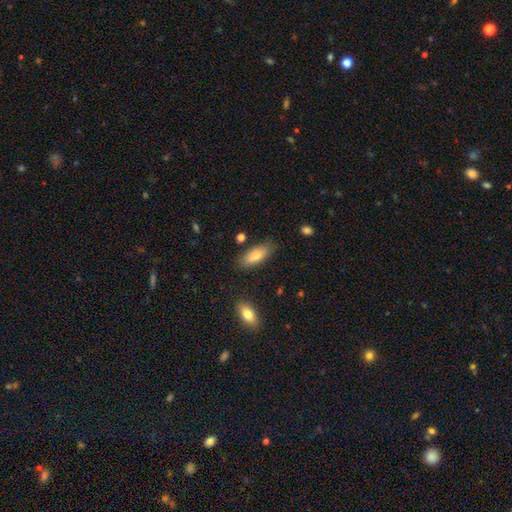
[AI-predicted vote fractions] Smooth or featured? Predicted: smooth (p=0.79). How rounded? Predicted: in between (p=0.80). Merging? Predicted: none (p=0.79).